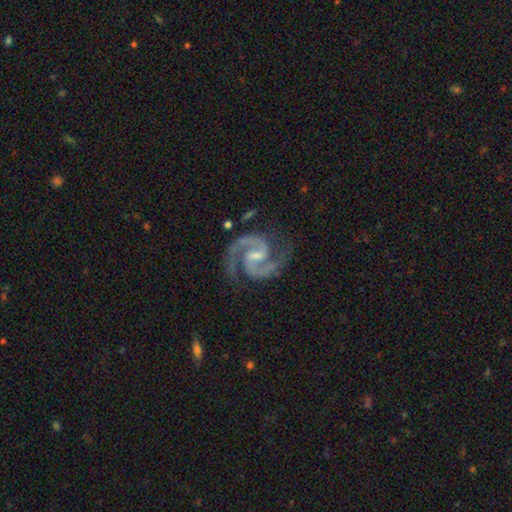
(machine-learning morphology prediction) A featured or disk galaxy (94%) with a weak bar (53%), 2 (95%) medium (66%) spiral arms (99%) and a small central bulge (54%).

Vote fractions:
- Smooth or featured? featured or disk: 94% / star or artifact: 4% / smooth: 2%
- Edge-on disk? no: 98% / yes: 2%
- Bar? weak: 53% / strong: 25% / no: 22%
- Spiral arms? yes: 99% / no: 1%
- Spiral winding? medium: 66% / tight: 25% / loose: 8%
- Spiral arm count? 2: 95% / 3: 1% / can't tell: 1% / 1: 1% / 4: 1% / more than 4: 1%
- Bulge size? small: 54% / moderate: 31% / none: 13% / large: 1% / dominant: 1%
- Merging? none: 80% / minor disturbance: 14% / major disturbance: 4% / merger: 2%